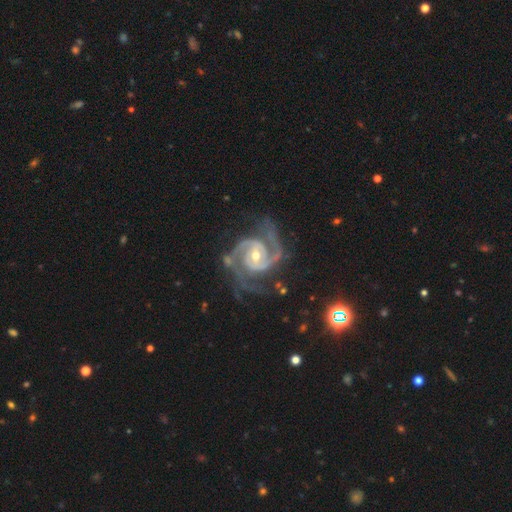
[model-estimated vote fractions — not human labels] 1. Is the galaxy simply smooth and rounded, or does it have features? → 94% featured or disk, 4% star or artifact, 2% smooth.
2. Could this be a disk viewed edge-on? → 98% no, 2% yes.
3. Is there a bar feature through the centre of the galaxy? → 41% no, 40% weak, 19% strong.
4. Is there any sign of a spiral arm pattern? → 99% yes, 1% no.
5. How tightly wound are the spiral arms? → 51% medium, 41% tight, 8% loose.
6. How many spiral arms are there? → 64% 2, 23% 3, 4% can't tell, 3% 4, 3% 1, 3% more than 4.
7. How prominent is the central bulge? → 61% moderate, 34% small, 3% large, 1% none, 1% dominant.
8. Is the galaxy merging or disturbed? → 65% none, 20% minor disturbance, 12% major disturbance, 3% merger.